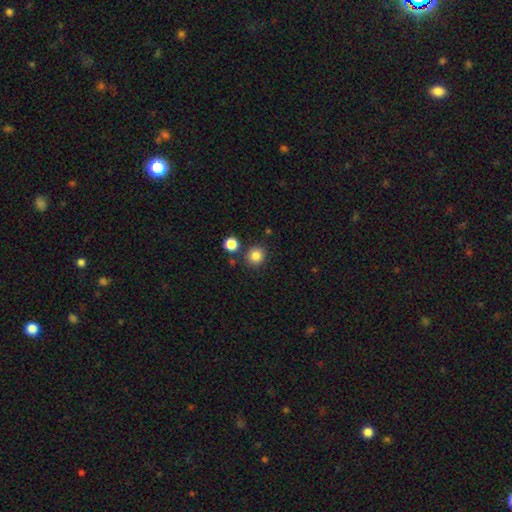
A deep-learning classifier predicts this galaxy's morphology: Smooth or featured?
  - smooth: 84% *
  - star or artifact: 11%
  - featured or disk: 5%
How rounded?
  - round: 87% *
  - in between: 12%
  - cigar-shaped: 1%
Merging?
  - none: 84% *
  - minor disturbance: 8%
  - merger: 6%
  - major disturbance: 2%